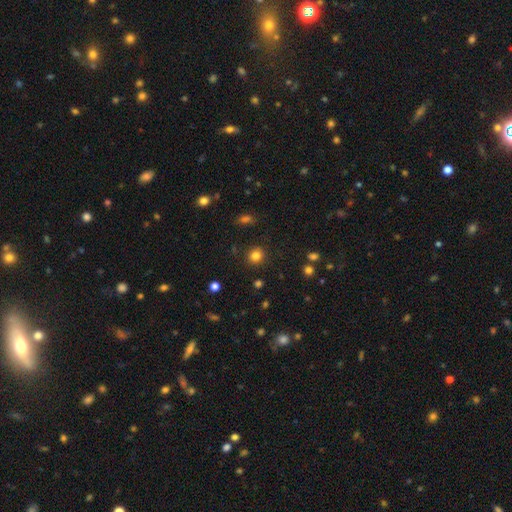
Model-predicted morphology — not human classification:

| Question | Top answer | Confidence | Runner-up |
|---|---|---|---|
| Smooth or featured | smooth | 82% | star or artifact (13%) |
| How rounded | round | 87% | in between (12%) |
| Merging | none | 90% | minor disturbance (6%) |